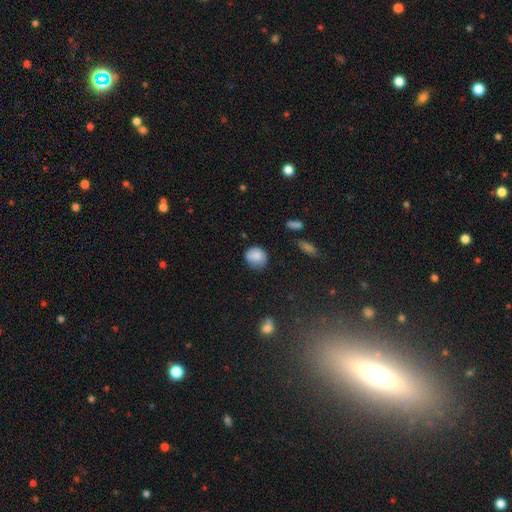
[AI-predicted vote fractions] Q: Smooth or featured?
A: smooth (83%); runner-up: featured or disk (9%)
Q: How rounded?
A: round (72%); runner-up: in between (27%)
Q: Merging?
A: none (61%); runner-up: minor disturbance (29%)